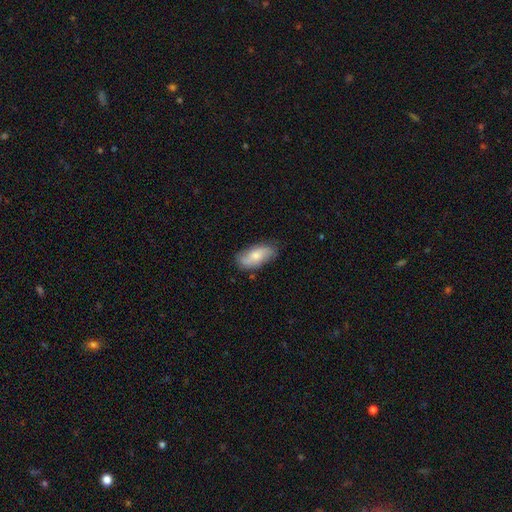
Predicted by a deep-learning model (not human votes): A smooth galaxy with no disk features (60%) that is in between round and cigar-shaped (88%).

Vote fractions:
- Smooth or featured? smooth: 60% / featured or disk: 33% / star or artifact: 7%
- How rounded? in between: 88% / cigar-shaped: 9% / round: 3%
- Merging? none: 74% / minor disturbance: 20% / major disturbance: 4% / merger: 2%